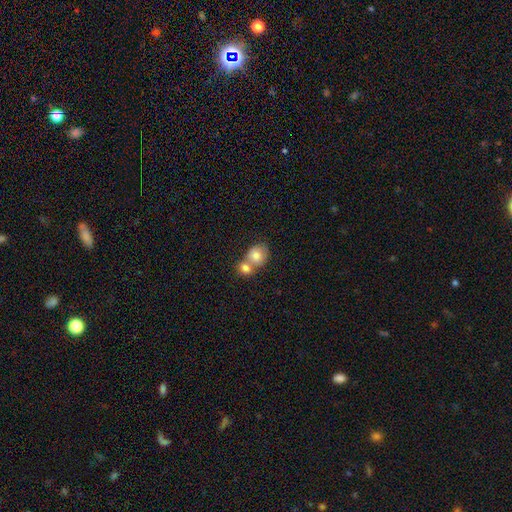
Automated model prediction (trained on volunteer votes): Overall: smooth (79%). How rounded: round (67%; in between 32%). Merging: merger (61%; none 30%).